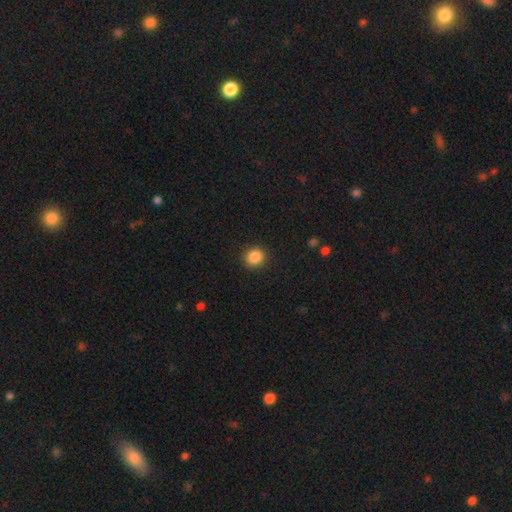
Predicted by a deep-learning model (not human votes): This appears to be a smooth galaxy with no disk features (87%) that is round (79%). Merging: none (90%).